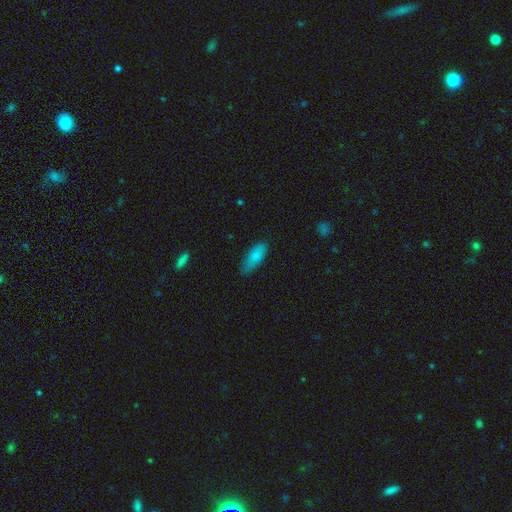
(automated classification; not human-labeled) Overall: smooth (83%). How rounded: in between (71%). Merging: none (71%).